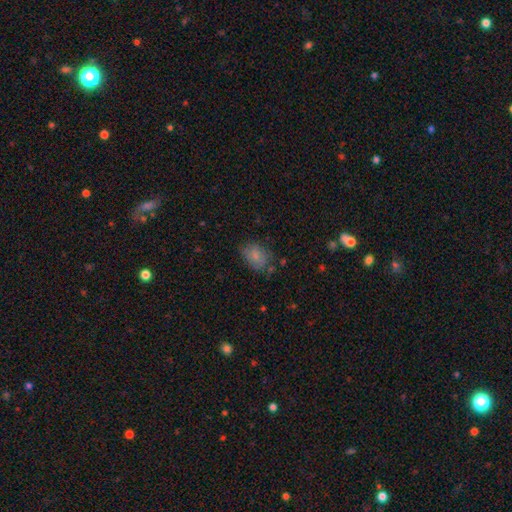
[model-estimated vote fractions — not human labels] A smooth galaxy with no disk features (78%) that is in between round and cigar-shaped (71%).

Vote fractions:
- Smooth or featured? smooth: 78% / featured or disk: 13% / star or artifact: 9%
- How rounded? in between: 71% / round: 28% / cigar-shaped: 1%
- Merging? none: 64% / minor disturbance: 25% / major disturbance: 8% / merger: 4%